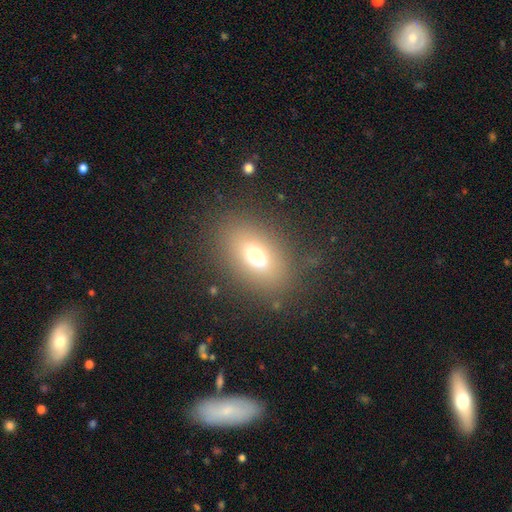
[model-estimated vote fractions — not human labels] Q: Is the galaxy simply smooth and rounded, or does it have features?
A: smooth — 68%.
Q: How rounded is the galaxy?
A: in between — 79%.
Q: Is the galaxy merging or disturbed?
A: none — 82%.